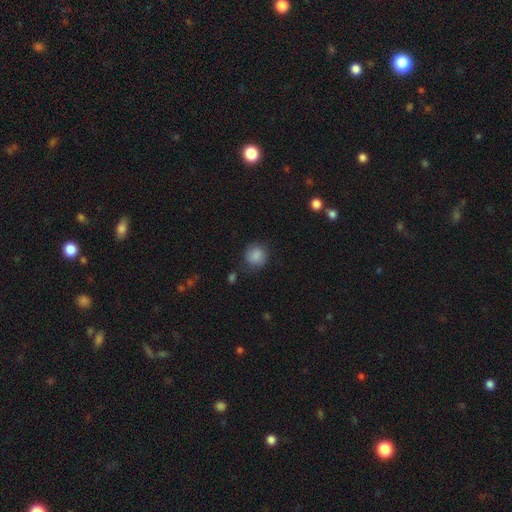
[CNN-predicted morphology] This is clearly a smooth galaxy (81%). How rounded: clearly round (85%). Merging: likely none (76%).